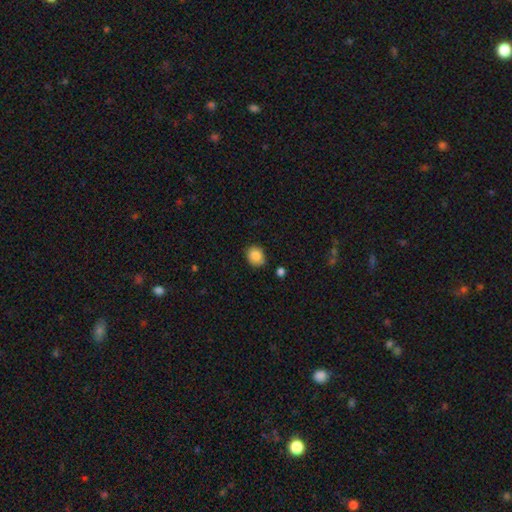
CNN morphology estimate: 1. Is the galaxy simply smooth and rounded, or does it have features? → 86% smooth, 8% star or artifact, 5% featured or disk.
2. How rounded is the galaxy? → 57% round, 42% in between, 1% cigar-shaped.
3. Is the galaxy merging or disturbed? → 83% none, 12% minor disturbance, 2% major disturbance, 2% merger.